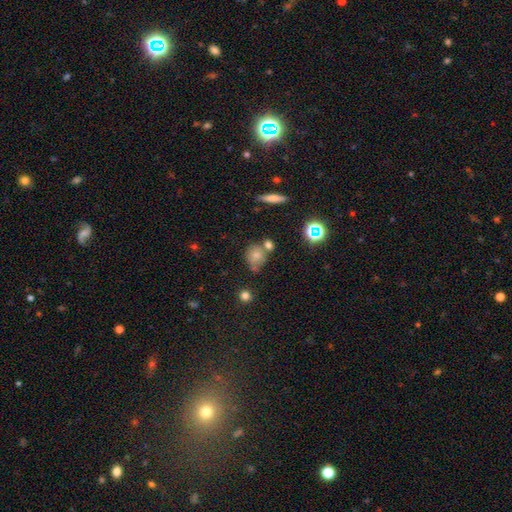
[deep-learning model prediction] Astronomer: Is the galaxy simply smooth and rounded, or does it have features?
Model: smooth — 69%.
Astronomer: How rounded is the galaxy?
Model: round — 64%.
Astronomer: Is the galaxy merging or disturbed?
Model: none — 51%.